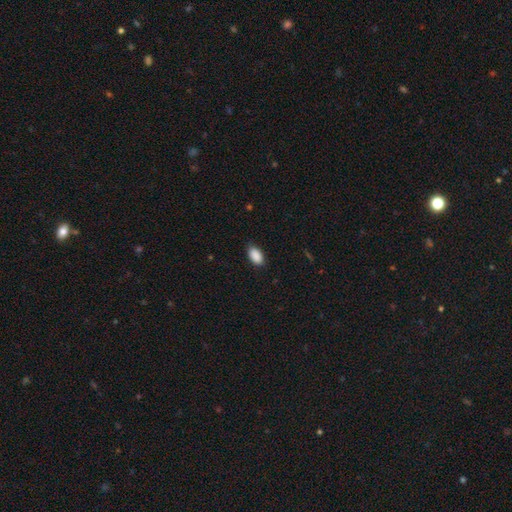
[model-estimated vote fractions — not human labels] smooth 90%, star or artifact 7%, featured or disk 3%. Down the decision tree: how rounded — in between (94%); merging — none (83%).